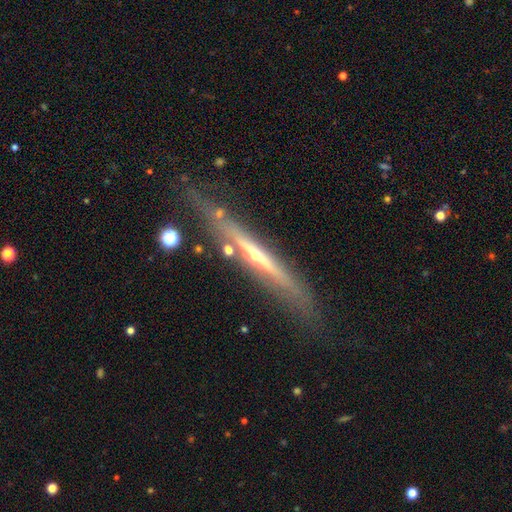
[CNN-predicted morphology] A featured or disk galaxy (80%) viewed edge-on (94%) with a rounded central bulge (71%). Merging: none (74%).